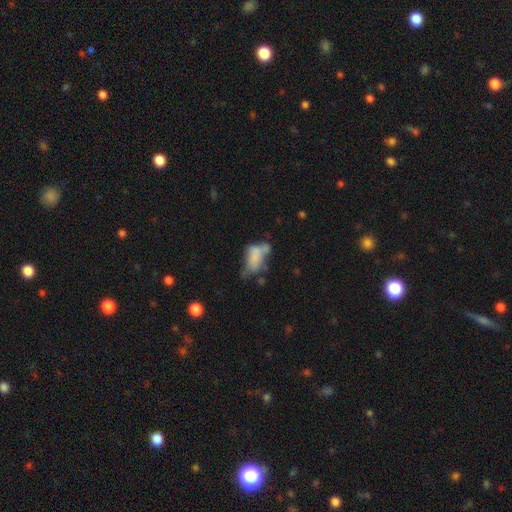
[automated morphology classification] smooth_or_featured: smooth (p=0.65) [alt: featured or disk p=0.24]
how_rounded: in between (p=0.89) [alt: round p=0.06]
merging: major disturbance (p=0.28) [alt: merger p=0.26]